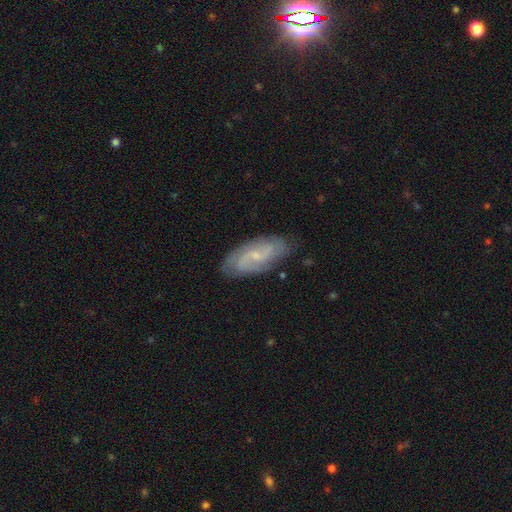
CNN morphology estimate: Smooth or featured? featured or disk (77%)
Edge-on disk? no (94%)
Bar? weak (49%)
Spiral arms? yes (95%)
Spiral winding? medium (45%)
Spiral arm count? 2 (64%)
Bulge size? small (71%)
Merging? none (80%)